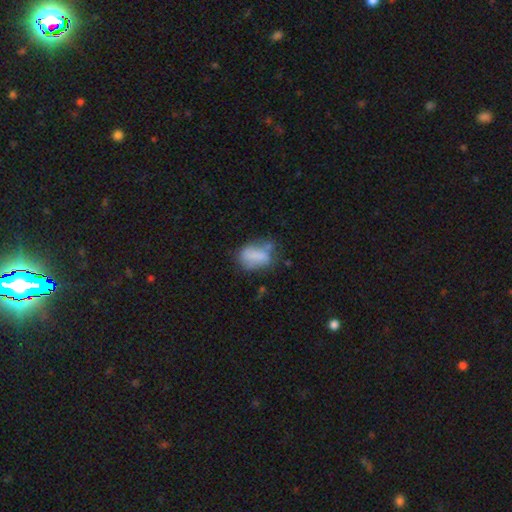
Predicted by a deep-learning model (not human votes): Overall: smooth (70%). How rounded: in between (80%). Merging: none (40%; minor disturbance 30%).